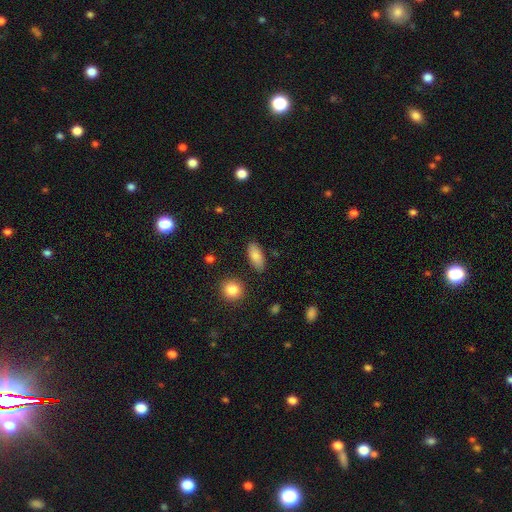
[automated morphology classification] Smooth or featured?
  - smooth: 84% *
  - featured or disk: 9%
  - star or artifact: 7%
How rounded?
  - in between: 83% *
  - cigar-shaped: 13%
  - round: 3%
Merging?
  - none: 85% *
  - minor disturbance: 10%
  - major disturbance: 2%
  - merger: 2%